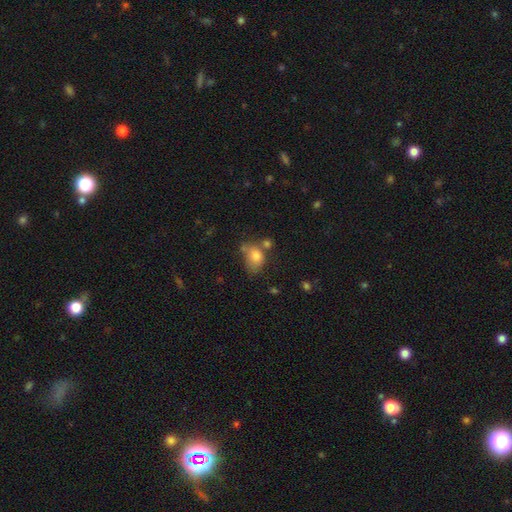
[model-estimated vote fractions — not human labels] Overall: smooth (75%). How rounded: in between (73%). Merging: none (32%; minor disturbance 28%).